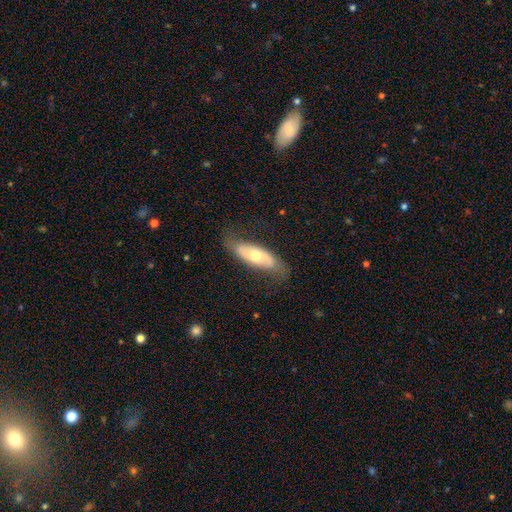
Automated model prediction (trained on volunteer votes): This appears to be a featured or disk galaxy (55%). Merging: none (69%).